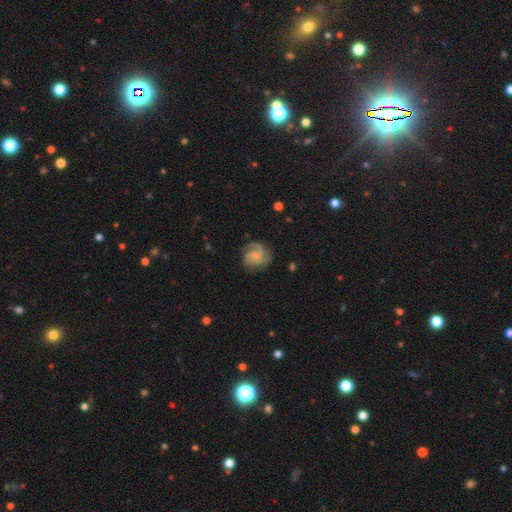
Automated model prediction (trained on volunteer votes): This is likely a featured or disk galaxy (67%). It is clearly not viewed edge-on (98%). Bar: likely no (66%). Spiral arm pattern: clearly yes (94%). Spiral arm count: marginally 2 (34%). Spiral winding: marginally medium (42%). Central bulge: possibly small (55%). Merging: likely none (71%).